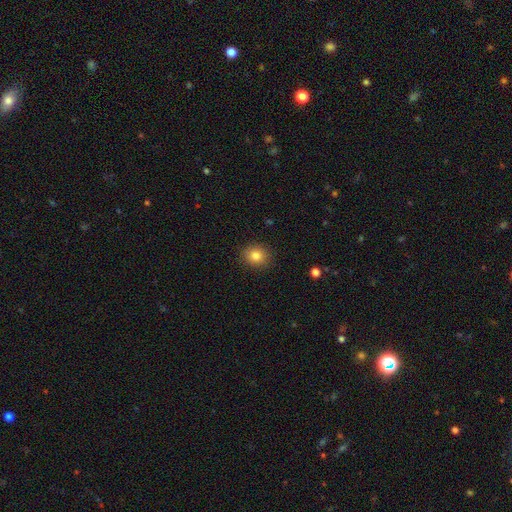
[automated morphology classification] smooth 83%, star or artifact 11%, featured or disk 6%. Down the decision tree: how rounded — round (81%); merging — none (89%).